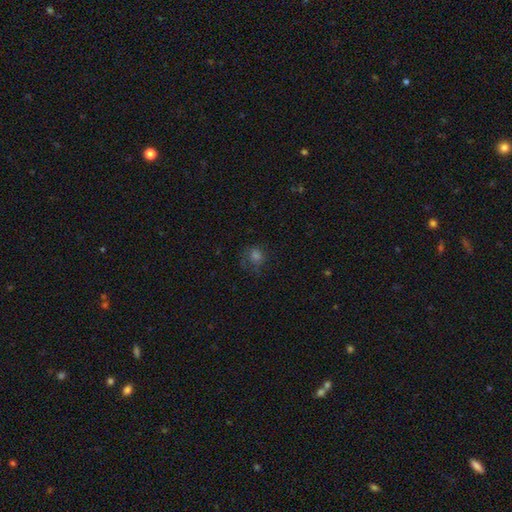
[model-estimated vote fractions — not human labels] Overall: smooth (56%; star or artifact 25%). How rounded: round (76%). Merging: none (57%; major disturbance 22%).